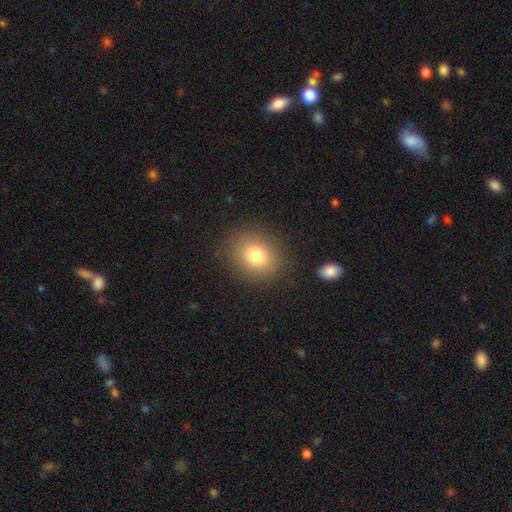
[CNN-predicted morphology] A smooth galaxy with no disk features (80%) that is round (61%). Merging: none (85%).